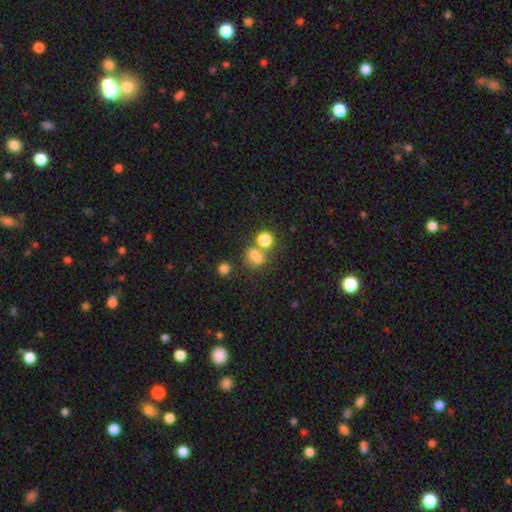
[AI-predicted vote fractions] smooth 67%, star or artifact 20%, featured or disk 13%. Down the decision tree: how rounded — round (50%); merging — none (41%).